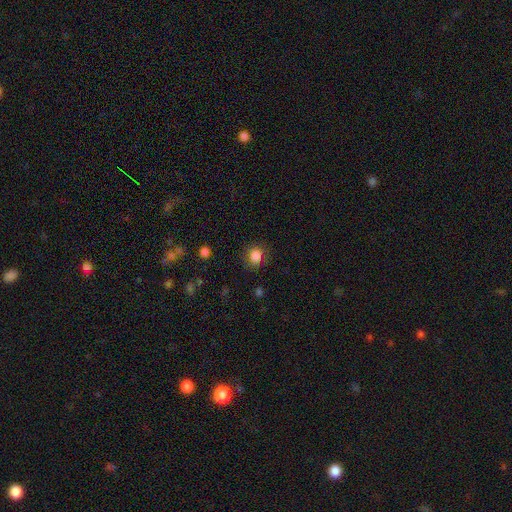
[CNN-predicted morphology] Smooth or featured?
  - smooth: 84% *
  - star or artifact: 11%
  - featured or disk: 4%
How rounded?
  - round: 73% *
  - in between: 26%
  - cigar-shaped: 1%
Merging?
  - none: 80% *
  - minor disturbance: 14%
  - major disturbance: 5%
  - merger: 1%